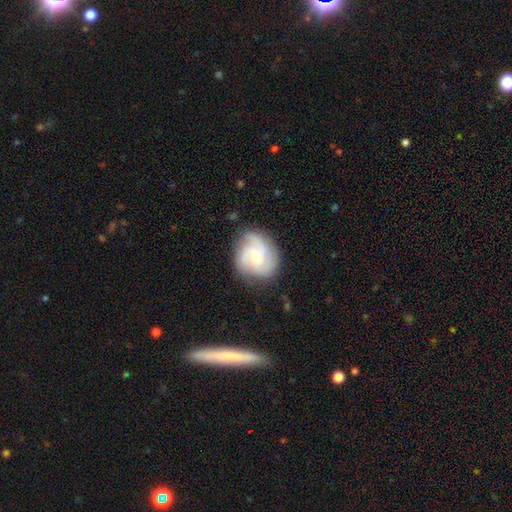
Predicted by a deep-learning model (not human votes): featured or disk 67%, smooth 26%, star or artifact 6%. Down the decision tree: edge-on disk — no (98%); bar — no (70%); spiral arms — yes (92%); spiral arm count — 3 (44%); spiral winding — tight (45%); bulge size — small (51%); merging — none (68%).